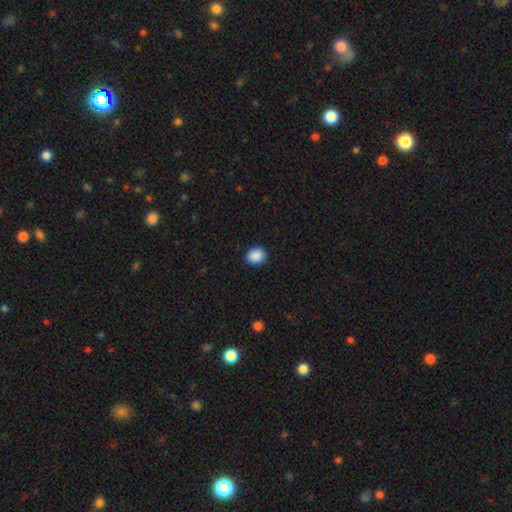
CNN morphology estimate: smooth-or-featured: smooth: 90% | star or artifact: 8% | featured or disk: 2%
  how-rounded: round: 55% | in between: 44% | cigar-shaped: 1%
  merging: none: 91% | minor disturbance: 6% | major disturbance: 2% | merger: 1%